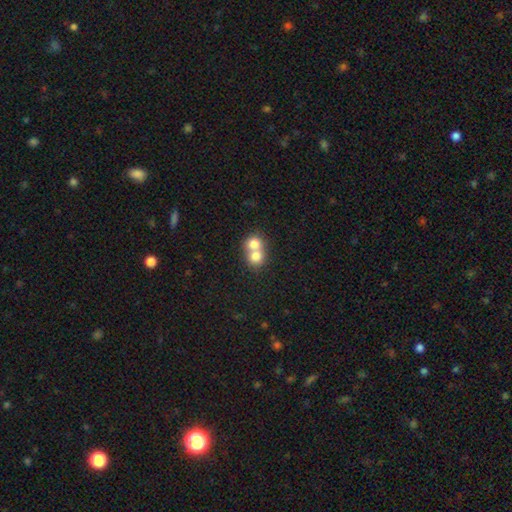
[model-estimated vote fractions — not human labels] A smooth galaxy with no disk features (74%) that is round (74%). Merging: merger (73%).